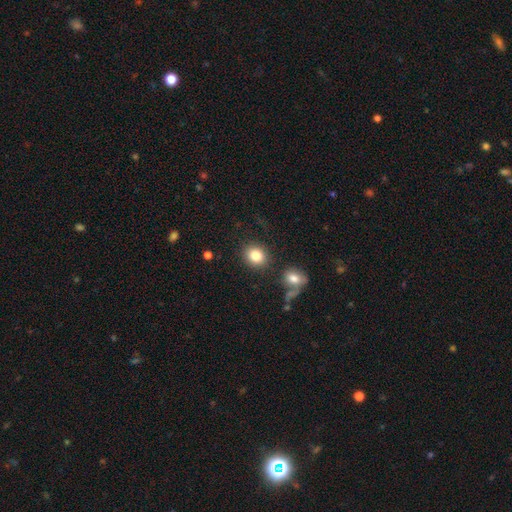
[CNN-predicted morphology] Q: Smooth or featured?
A: smooth (83%); runner-up: star or artifact (9%)
Q: How rounded?
A: round (71%); runner-up: in between (28%)
Q: Merging?
A: none (81%); runner-up: minor disturbance (9%)